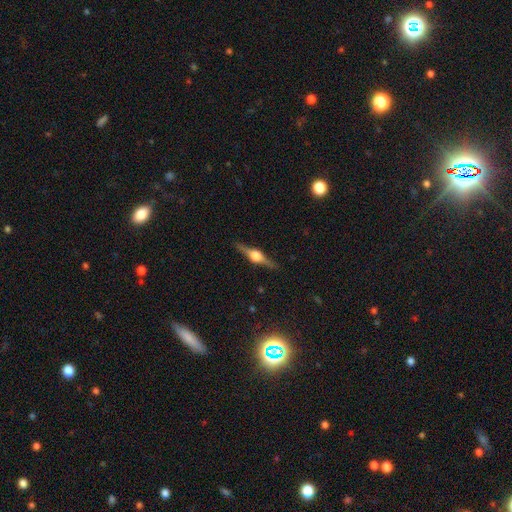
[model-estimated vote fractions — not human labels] Smooth or featured? Predicted: featured or disk (p=0.83). Edge-on disk? Predicted: yes (p=0.98). Edge-on bulge? Predicted: rounded (p=0.92). Merging? Predicted: none (p=0.90).